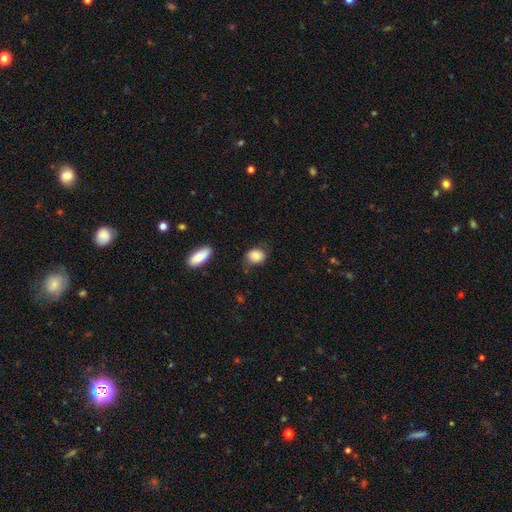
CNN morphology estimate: Q: Smooth or featured?
A: smooth (85%); runner-up: star or artifact (8%)
Q: How rounded?
A: in between (54%); runner-up: round (45%)
Q: Merging?
A: none (68%); runner-up: minor disturbance (23%)